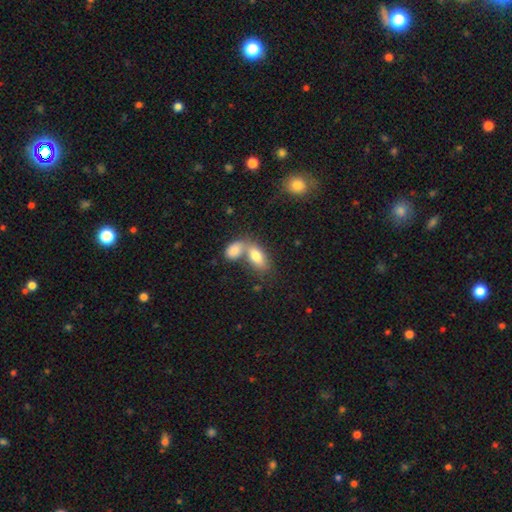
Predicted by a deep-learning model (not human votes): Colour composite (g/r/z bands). It shows a smooth galaxy with no disk features (78%) that is in between round and cigar-shaped (90%). Merging: merger (60%).